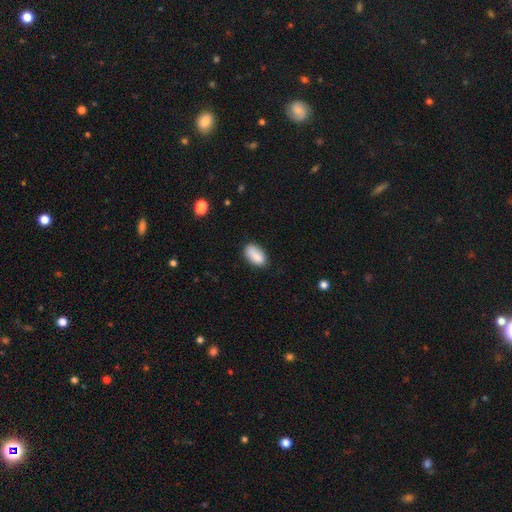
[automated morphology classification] Smooth or featured?
  - smooth: 85% *
  - featured or disk: 8%
  - star or artifact: 8%
How rounded?
  - in between: 92% *
  - round: 4%
  - cigar-shaped: 4%
Merging?
  - none: 73% *
  - minor disturbance: 20%
  - major disturbance: 4%
  - merger: 4%